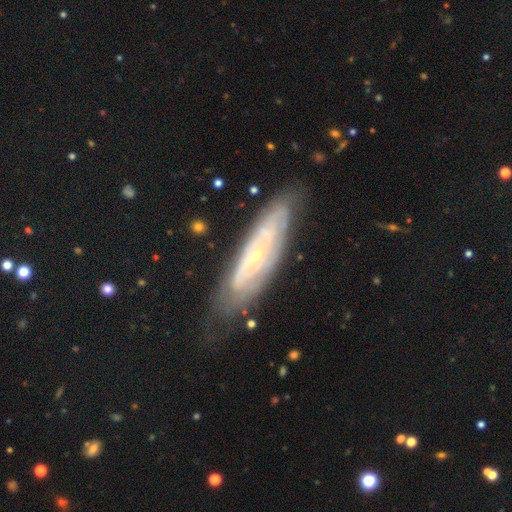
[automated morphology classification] A featured or disk galaxy (74%) with no bar (72%), spiral arms (81%) and a small central bulge (82%). Merging: none (74%).